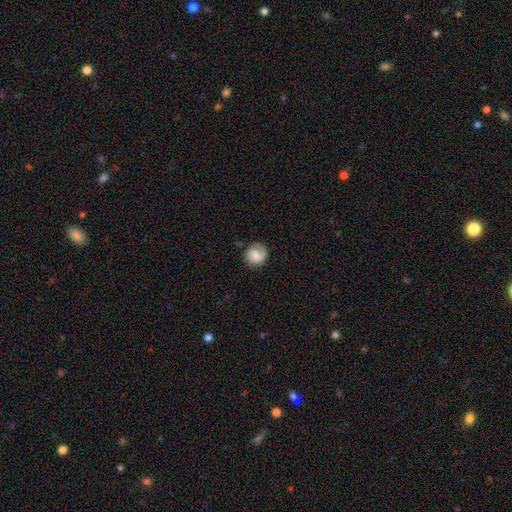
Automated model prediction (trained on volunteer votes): Overall: smooth (62%; featured or disk 30%). How rounded: round (82%). Merging: none (73%).